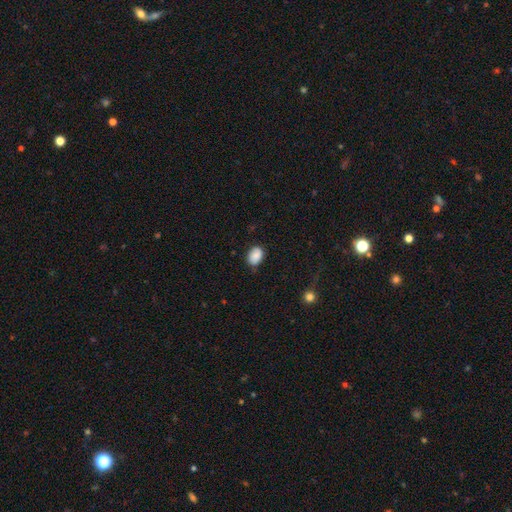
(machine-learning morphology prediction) Overall: smooth (84%). How rounded: in between (73%). Merging: none (73%).